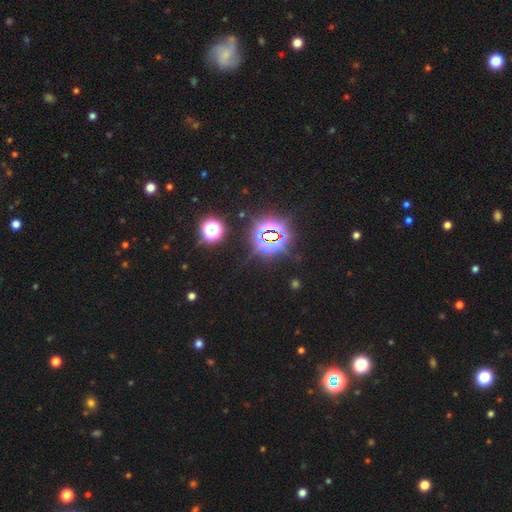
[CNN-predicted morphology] star or artifact 82%, smooth 11%, featured or disk 7%.